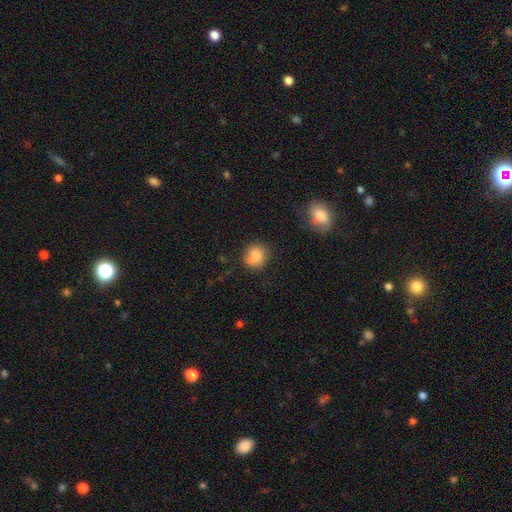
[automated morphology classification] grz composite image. It shows a smooth galaxy with no disk features (80%) that is round (81%). Merging: none (65%).